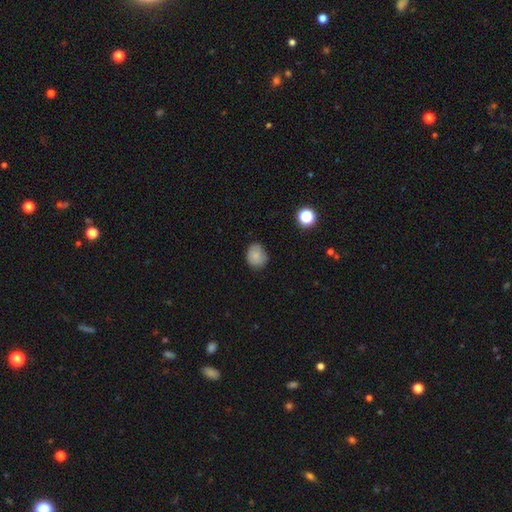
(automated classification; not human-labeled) smooth-or-featured: smooth: 83% | star or artifact: 10% | featured or disk: 8%
  how-rounded: round: 71% | in between: 29% | cigar-shaped: 1%
  merging: none: 77% | minor disturbance: 18% | major disturbance: 3% | merger: 1%